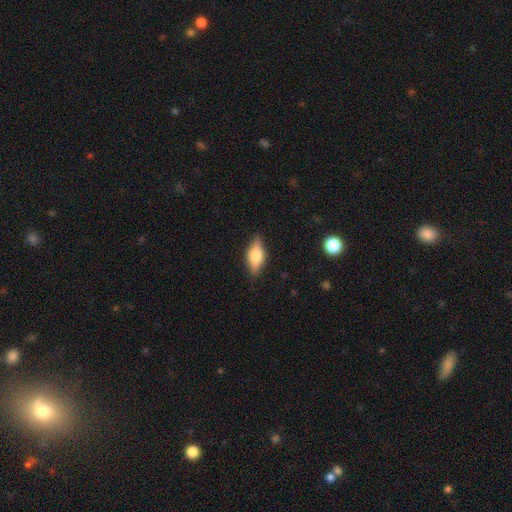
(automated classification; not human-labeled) smooth_or_featured: smooth (p=0.59) [alt: featured or disk p=0.34]
how_rounded: in between (p=0.79) [alt: cigar-shaped p=0.17]
merging: none (p=0.82) [alt: minor disturbance p=0.14]